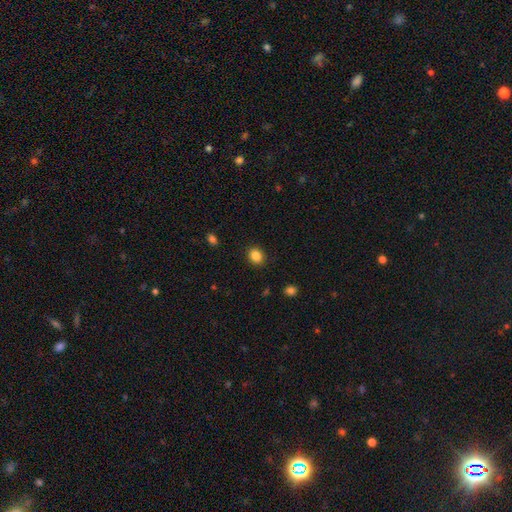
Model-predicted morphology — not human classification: The model was most divided on "how rounded": round: 55%, in between: 44%, cigar-shaped: 1%. More confident: merging — none (89%); smooth or featured — smooth (86%).